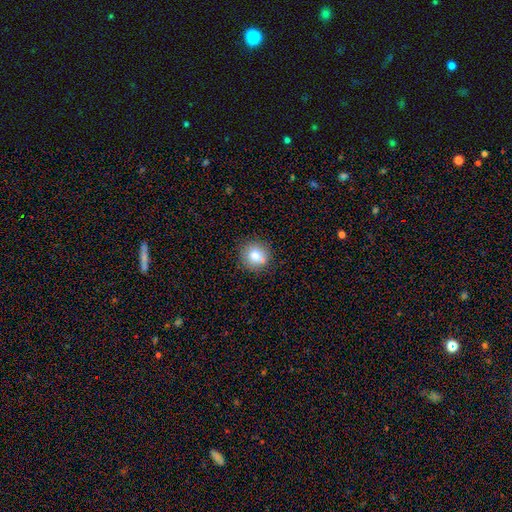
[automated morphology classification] A smooth galaxy with no disk features (77%) that is round (90%).

Vote fractions:
- Smooth or featured? smooth: 77% / featured or disk: 12% / star or artifact: 11%
- How rounded? round: 90% / in between: 9% / cigar-shaped: 1%
- Merging? none: 80% / minor disturbance: 11% / merger: 6% / major disturbance: 3%